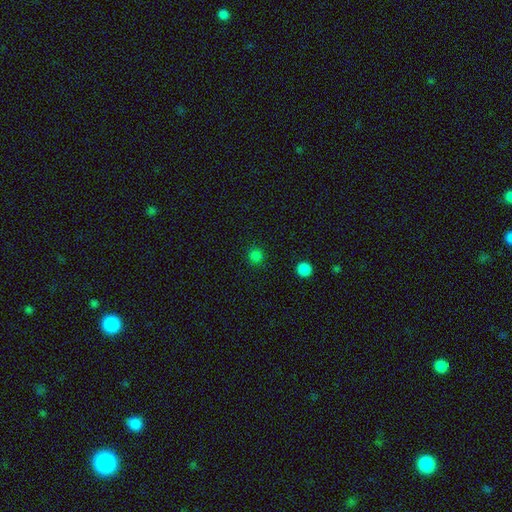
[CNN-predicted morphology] Smooth or featured? smooth (80%)
How rounded? round (93%)
Merging? none (90%)